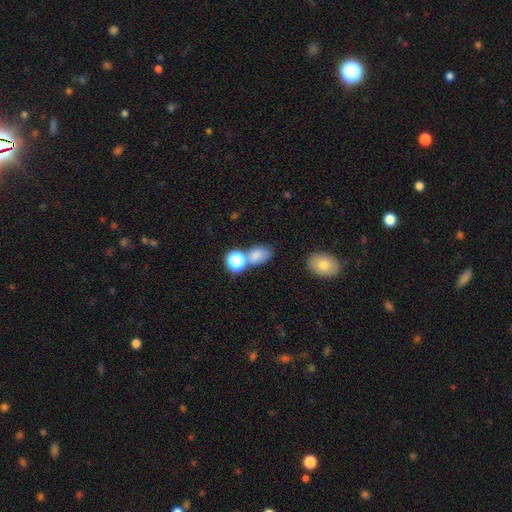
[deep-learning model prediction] smooth 75%, star or artifact 16%, featured or disk 9%. Down the decision tree: how rounded — in between (70%); merging — none (48%).